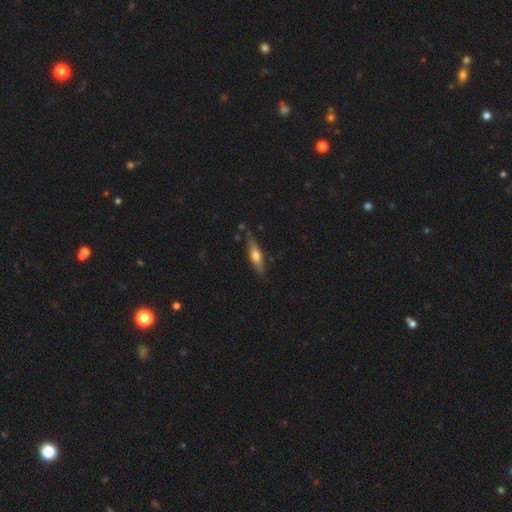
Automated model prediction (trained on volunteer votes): This appears to be a featured or disk galaxy (54%) viewed edge-on (91%). Merging: none (82%).